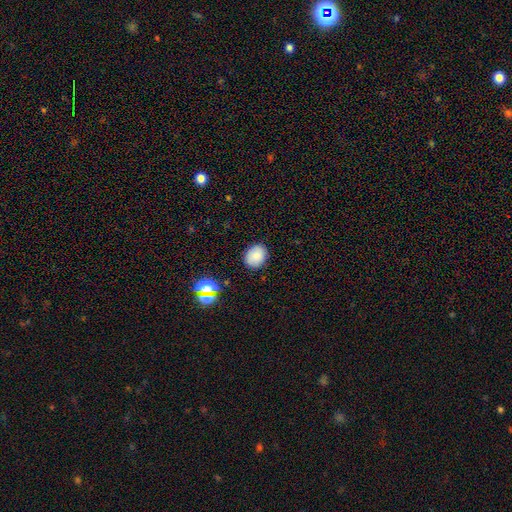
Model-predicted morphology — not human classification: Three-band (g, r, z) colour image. It shows a smooth galaxy with no disk features (82%) that is round (54%). Merging: none (87%).